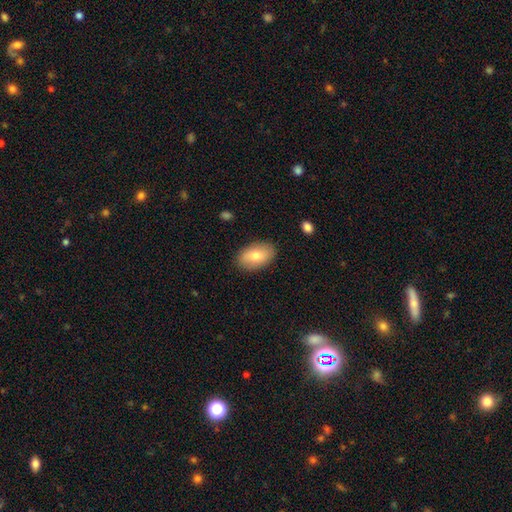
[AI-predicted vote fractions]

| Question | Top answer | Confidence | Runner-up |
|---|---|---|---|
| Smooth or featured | smooth | 77% | featured or disk (17%) |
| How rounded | in between | 92% | round (7%) |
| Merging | none | 87% | minor disturbance (10%) |